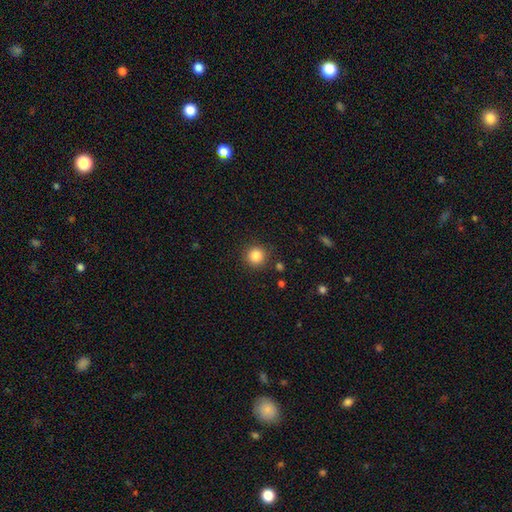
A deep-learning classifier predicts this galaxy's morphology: The model was most divided on "smooth or featured": smooth: 85%, star or artifact: 11%, featured or disk: 5%. More confident: how rounded — round (94%); merging — none (89%).